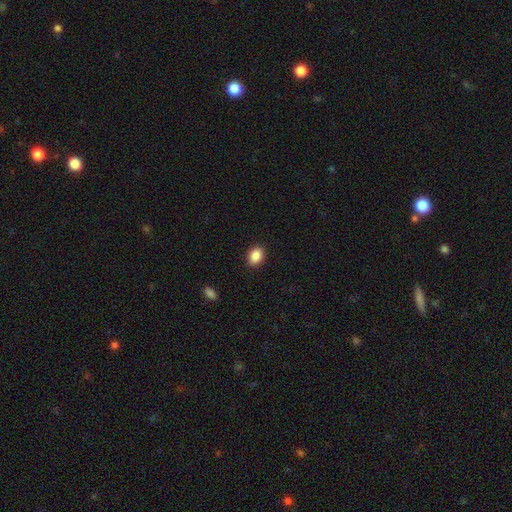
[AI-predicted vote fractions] Overall: smooth (88%). How rounded: in between (73%). Merging: none (90%).